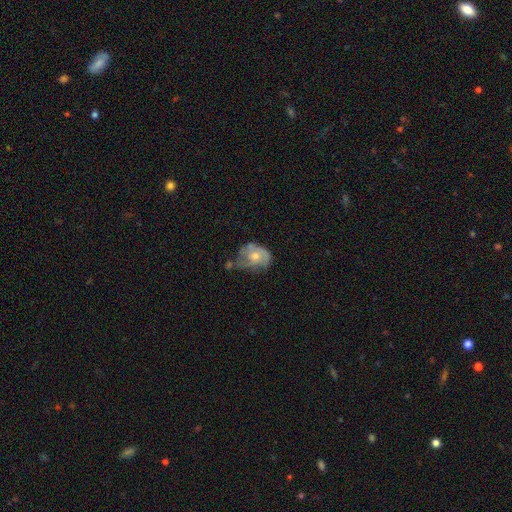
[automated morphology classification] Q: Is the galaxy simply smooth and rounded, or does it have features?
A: featured or disk — 58%.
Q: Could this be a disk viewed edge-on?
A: no — 97%.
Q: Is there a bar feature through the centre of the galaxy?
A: no — 80%.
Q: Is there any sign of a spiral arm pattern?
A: yes — 64%.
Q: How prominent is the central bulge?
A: moderate — 58%.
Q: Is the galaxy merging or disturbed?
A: minor disturbance — 33%.